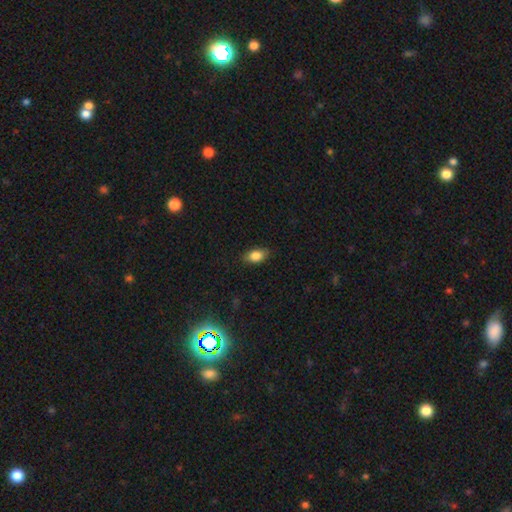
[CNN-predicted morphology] This is clearly a smooth galaxy (84%). How rounded: clearly in between (86%). Merging: clearly none (84%).